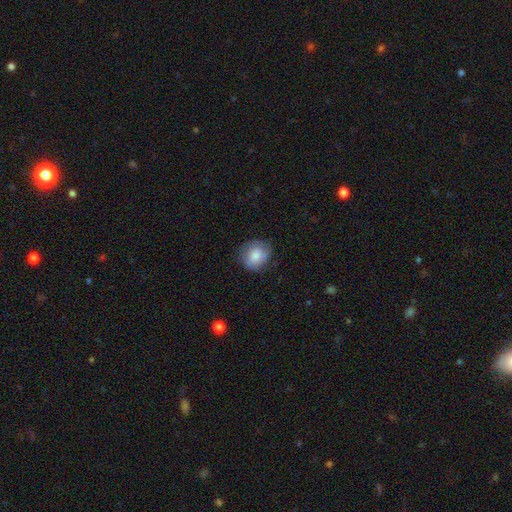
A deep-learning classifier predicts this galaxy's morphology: smooth_or_featured: smooth (p=0.79) [alt: featured or disk p=0.14]
how_rounded: round (p=0.74) [alt: in between p=0.25]
merging: none (p=0.75) [alt: minor disturbance p=0.19]